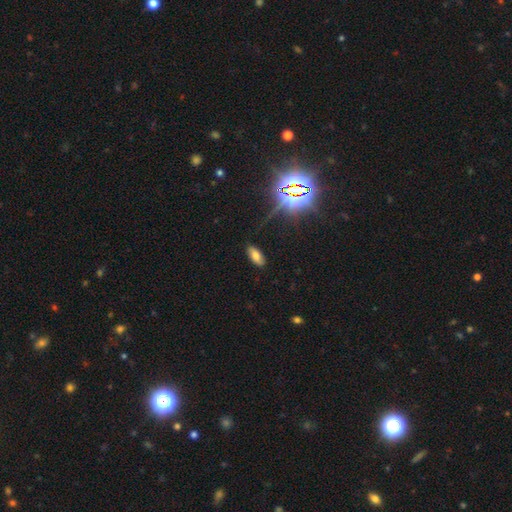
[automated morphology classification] A smooth galaxy with no disk features (72%) that is in between round and cigar-shaped (89%). Merging: none (87%).